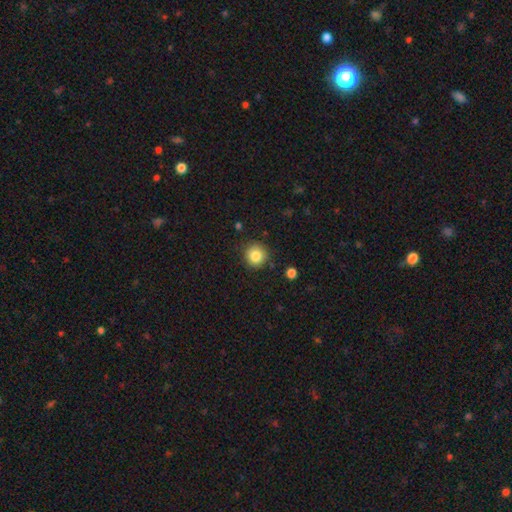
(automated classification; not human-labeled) Smooth or featured? Predicted: smooth (p=0.84). How rounded? Predicted: round (p=0.93). Merging? Predicted: none (p=0.87).